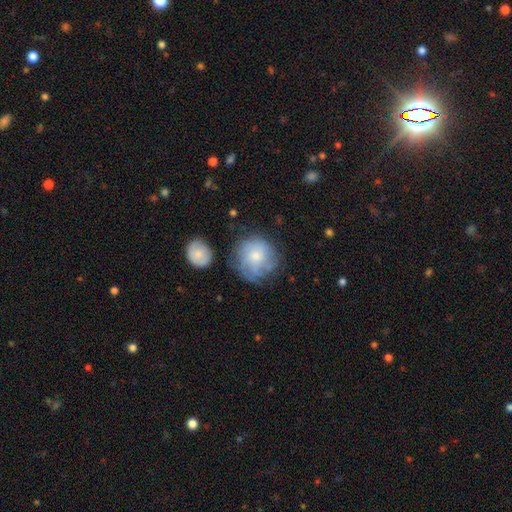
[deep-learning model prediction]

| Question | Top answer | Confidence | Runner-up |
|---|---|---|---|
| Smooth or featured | smooth | 61% | featured or disk (31%) |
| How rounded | round | 90% | in between (9%) |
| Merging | none | 61% | minor disturbance (22%) |